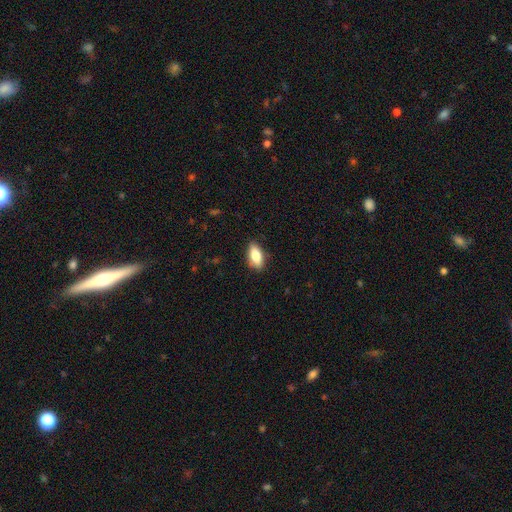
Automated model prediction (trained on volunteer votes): Smooth or featured? Predicted: smooth (p=0.82). How rounded? Predicted: in between (p=0.86). Merging? Predicted: none (p=0.84).